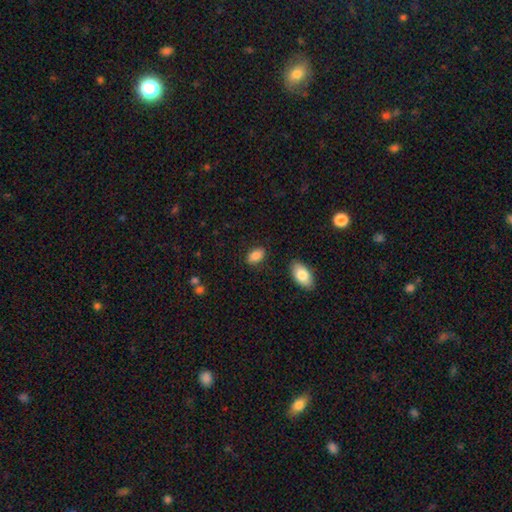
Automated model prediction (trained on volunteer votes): smooth 85%, star or artifact 7%, featured or disk 7%. Down the decision tree: how rounded — in between (91%); merging — none (84%).